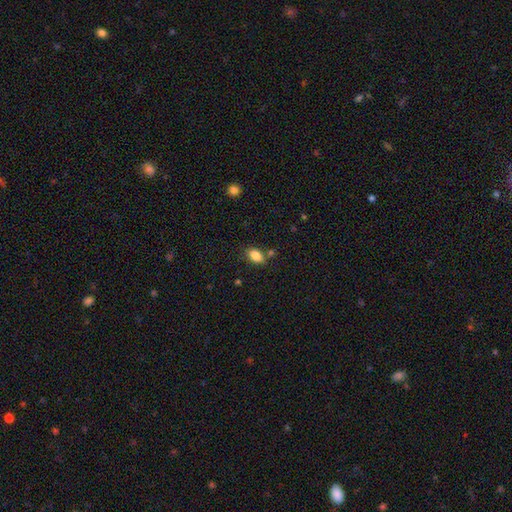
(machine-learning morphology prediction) This appears to be a smooth galaxy with no disk features (84%) that is in between round and cigar-shaped (86%). Merging: none (76%).